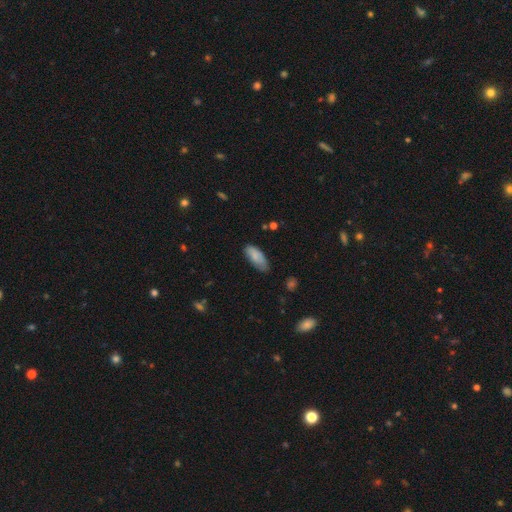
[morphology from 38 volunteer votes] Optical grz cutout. It shows a smooth galaxy with no disk features (92%) that is in between round and cigar-shaped (74%). Merging: none (61%).